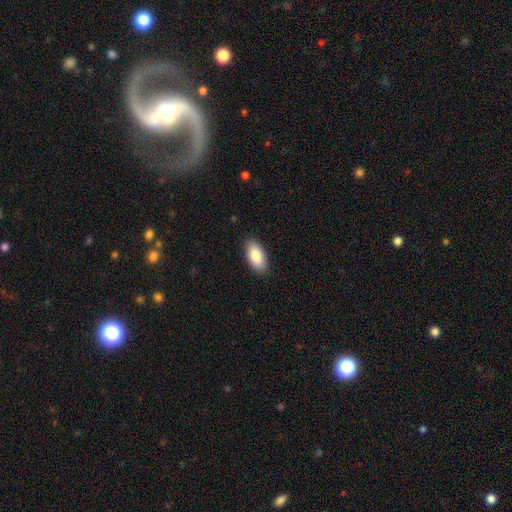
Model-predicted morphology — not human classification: A smooth galaxy with no disk features (87%) that is in between round and cigar-shaped (93%).

Vote fractions:
- Smooth or featured? smooth: 87% / featured or disk: 7% / star or artifact: 6%
- How rounded? in between: 93% / cigar-shaped: 5% / round: 2%
- Merging? none: 88% / minor disturbance: 9% / major disturbance: 2% / merger: 1%